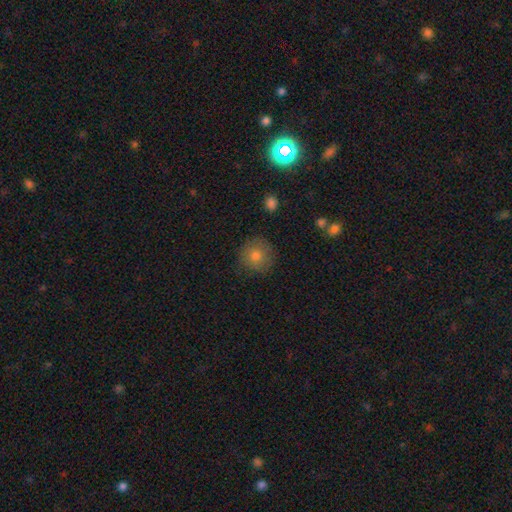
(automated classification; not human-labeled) smooth 78%, featured or disk 11%, star or artifact 11%. Down the decision tree: how rounded — round (94%); merging — none (85%).